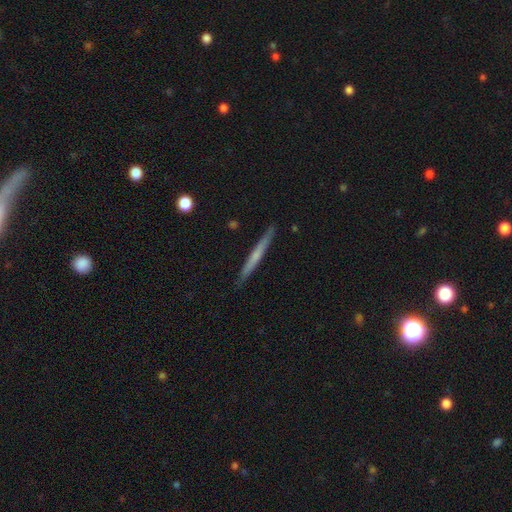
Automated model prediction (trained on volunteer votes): Morphology: type=smooth (48%); merging=none (91%).